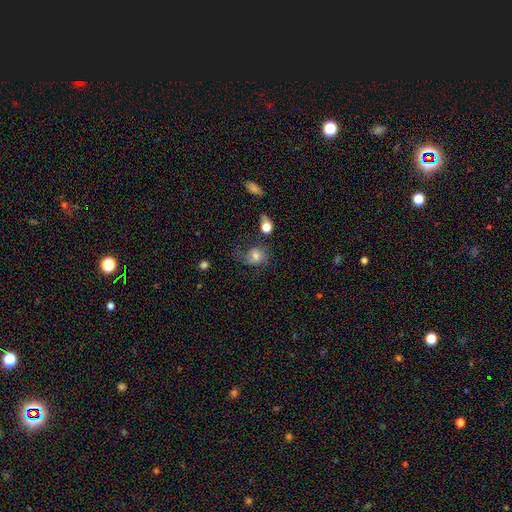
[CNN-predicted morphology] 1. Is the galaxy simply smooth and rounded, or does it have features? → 60% smooth, 29% featured or disk, 11% star or artifact.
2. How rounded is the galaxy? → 52% round, 47% in between, 1% cigar-shaped.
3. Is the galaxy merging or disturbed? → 40% none, 28% major disturbance, 25% minor disturbance, 7% merger.